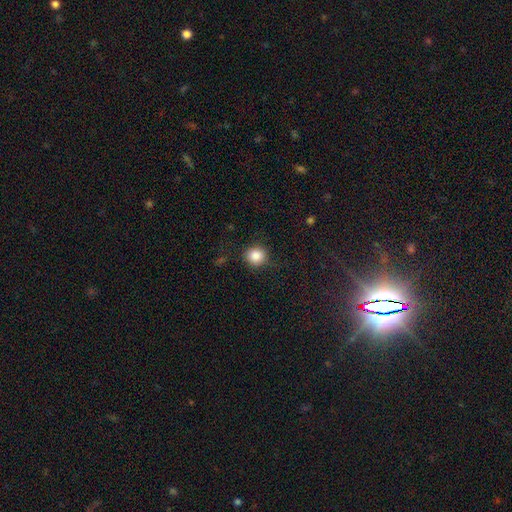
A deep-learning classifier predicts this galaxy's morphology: Smooth or featured: smooth — 86% (star or artifact — 10%)
How rounded: round — 90% (in between — 9%)
Merging: none — 86% (minor disturbance — 9%)